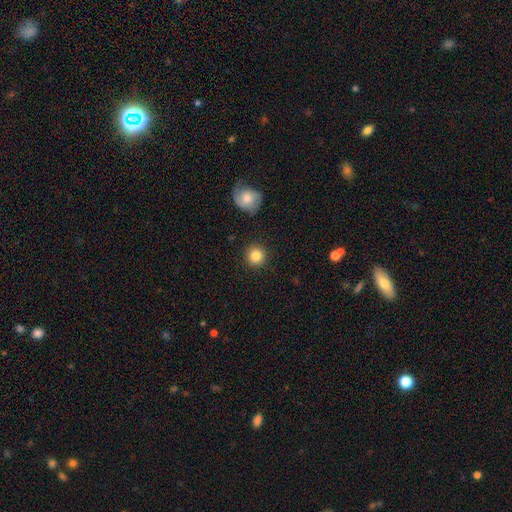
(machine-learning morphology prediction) Overall: smooth (85%). How rounded: round (94%). Merging: none (90%).